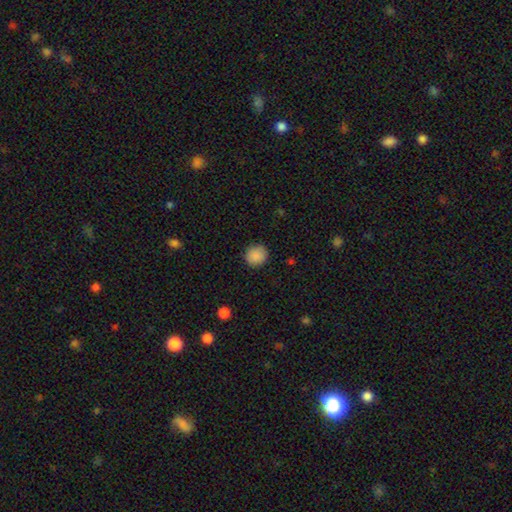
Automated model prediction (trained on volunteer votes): smooth-or-featured: smooth: 89% | star or artifact: 8% | featured or disk: 3%
  how-rounded: round: 91% | in between: 8% | cigar-shaped: 1%
  merging: none: 90% | minor disturbance: 7% | major disturbance: 2% | merger: 1%